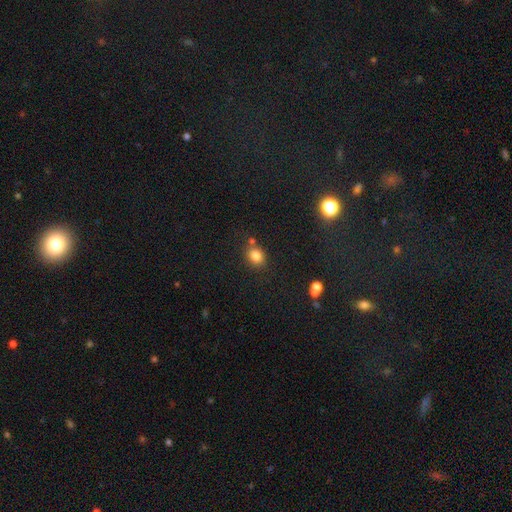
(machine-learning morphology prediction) Smooth or featured? Predicted: smooth (p=0.82). How rounded? Predicted: round (p=0.55). Merging? Predicted: none (p=0.72).